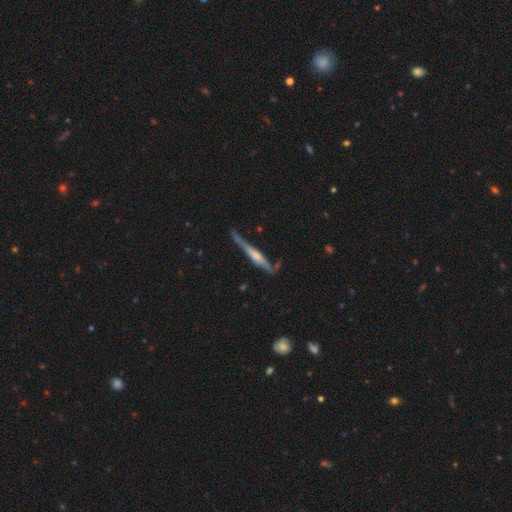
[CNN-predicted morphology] Smooth or featured?
  - featured or disk: 61% *
  - smooth: 33%
  - star or artifact: 6%
Edge-on disk?
  - yes: 93% *
  - no: 7%
Edge-on bulge?
  - rounded: 50% *
  - none: 25%
  - boxy: 25%
Merging?
  - none: 60% *
  - minor disturbance: 26%
  - major disturbance: 8%
  - merger: 5%